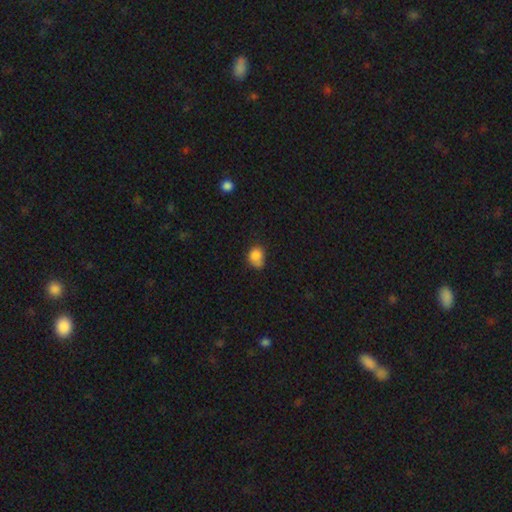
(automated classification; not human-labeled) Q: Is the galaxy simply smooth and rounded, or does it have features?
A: smooth — 82%.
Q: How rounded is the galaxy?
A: round — 50%.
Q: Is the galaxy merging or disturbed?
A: none — 46%.